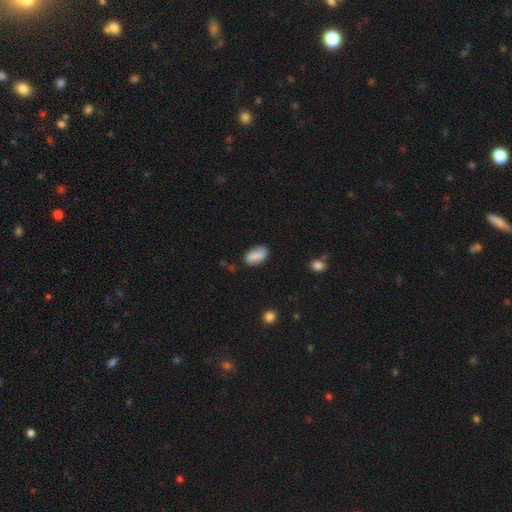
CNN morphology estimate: smooth_or_featured: smooth (p=0.81) [alt: featured or disk p=0.11]
how_rounded: in between (p=0.92) [alt: round p=0.05]
merging: none (p=0.75) [alt: minor disturbance p=0.19]